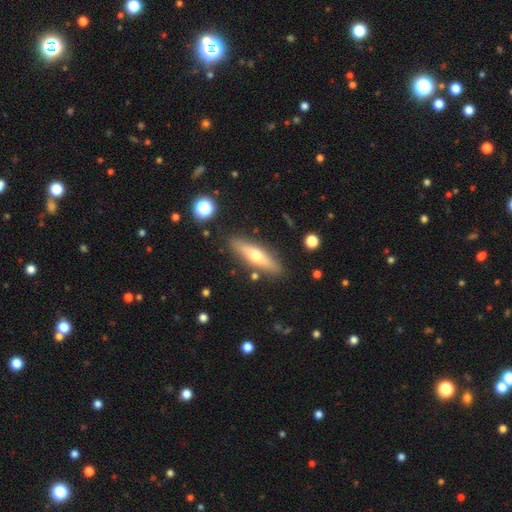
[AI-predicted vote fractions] Smooth or featured? Predicted: featured or disk (p=0.48). Merging? Predicted: none (p=0.86).